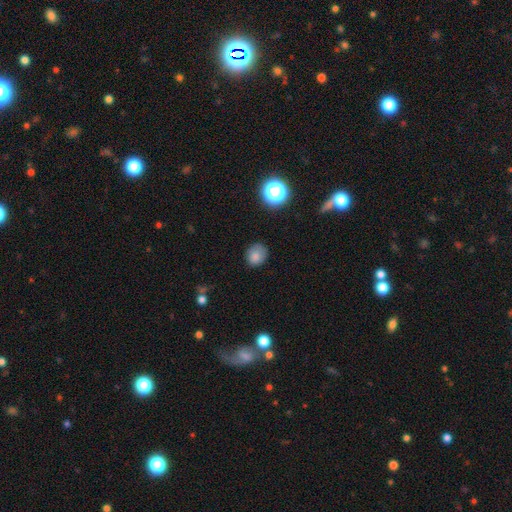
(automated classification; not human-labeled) smooth 80%, star or artifact 13%, featured or disk 7%. Down the decision tree: how rounded — round (70%); merging — none (74%).